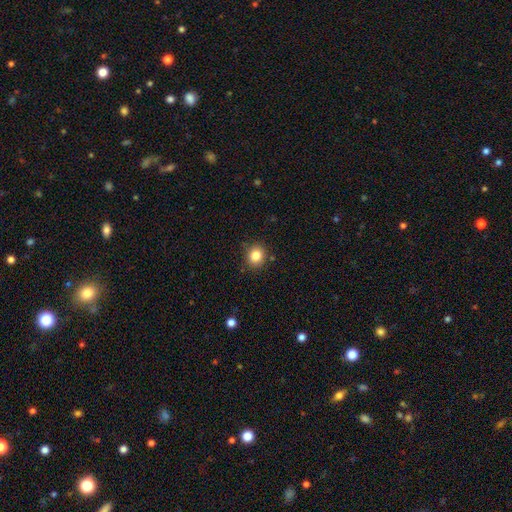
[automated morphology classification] Overall: smooth (84%). How rounded: round (79%). Merging: none (87%).